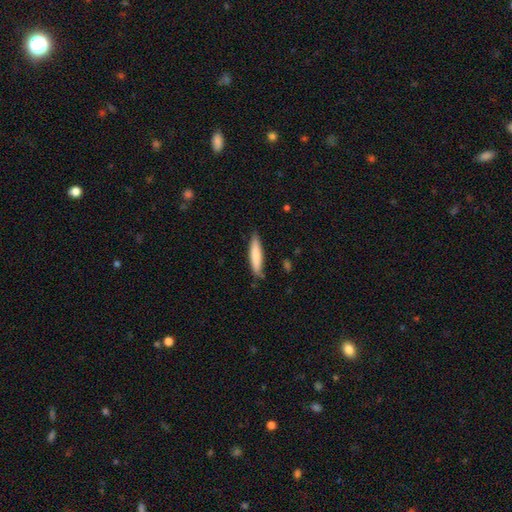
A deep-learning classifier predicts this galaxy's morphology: Smooth or featured? smooth (79%)
How rounded? cigar-shaped (82%)
Merging? none (79%)